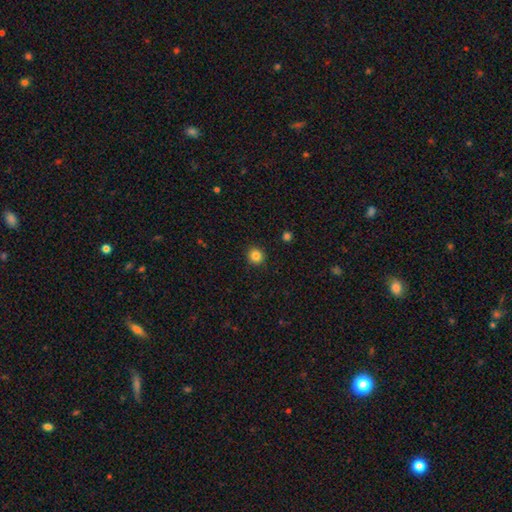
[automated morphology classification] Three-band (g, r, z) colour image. It shows a smooth galaxy with no disk features (84%) that is round (93%). Merging: none (92%).